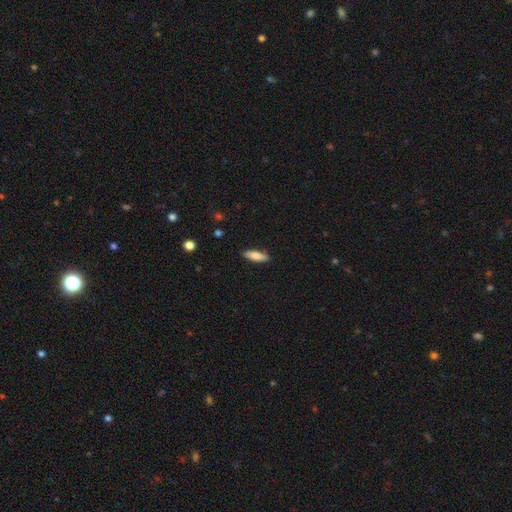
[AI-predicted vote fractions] Smooth or featured? Predicted: smooth (p=0.76). How rounded? Predicted: cigar-shaped (p=0.53). Merging? Predicted: none (p=0.88).